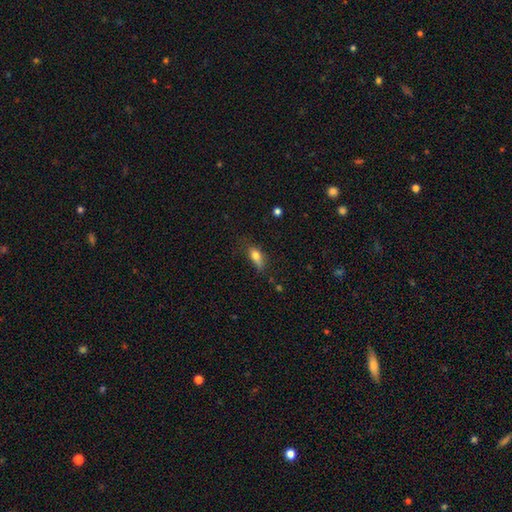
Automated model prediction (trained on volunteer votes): smooth 75%, featured or disk 16%, star or artifact 10%. Down the decision tree: how rounded — in between (75%); merging — none (46%).